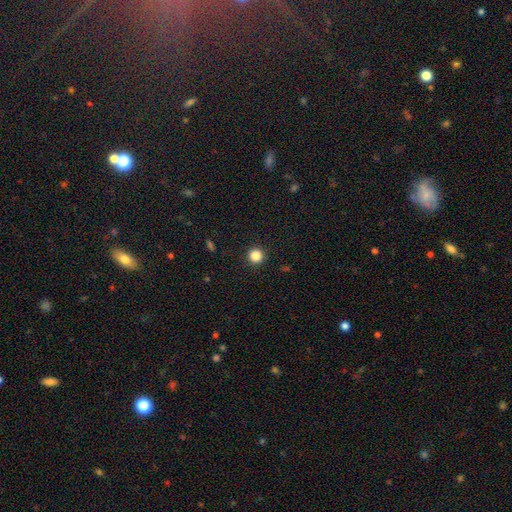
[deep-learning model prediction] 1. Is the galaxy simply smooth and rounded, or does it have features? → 85% smooth, 11% star or artifact, 4% featured or disk.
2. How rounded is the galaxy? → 96% round, 3% in between, 1% cigar-shaped.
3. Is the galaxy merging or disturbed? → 93% none, 4% minor disturbance, 2% major disturbance, 1% merger.